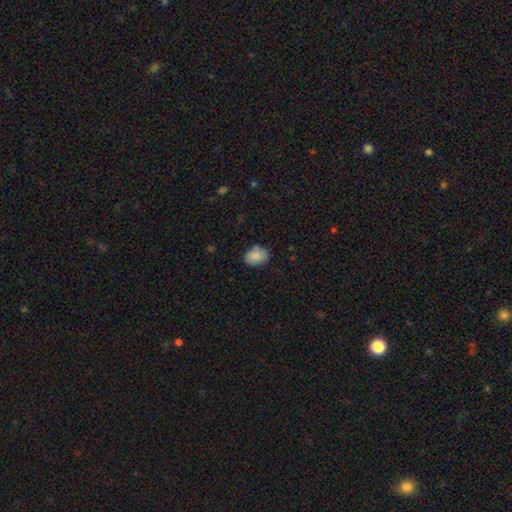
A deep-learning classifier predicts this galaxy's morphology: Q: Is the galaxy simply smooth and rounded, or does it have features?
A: smooth — 86%.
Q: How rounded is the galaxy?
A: in between — 75%.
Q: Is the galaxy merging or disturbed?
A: none — 77%.